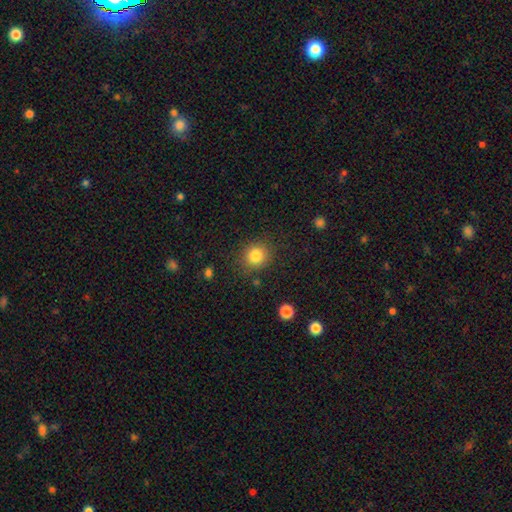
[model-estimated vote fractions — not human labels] A smooth galaxy with no disk features (83%) that is round (87%).

Vote fractions:
- Smooth or featured? smooth: 83% / star or artifact: 11% / featured or disk: 6%
- How rounded? round: 87% / in between: 12% / cigar-shaped: 1%
- Merging? none: 85% / minor disturbance: 10% / major disturbance: 4% / merger: 2%